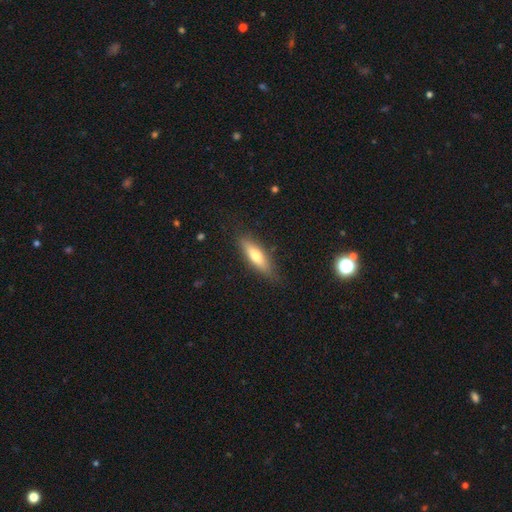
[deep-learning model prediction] Overall: smooth (64%; featured or disk 30%). How rounded: cigar-shaped (59%; in between 39%). Merging: none (80%).